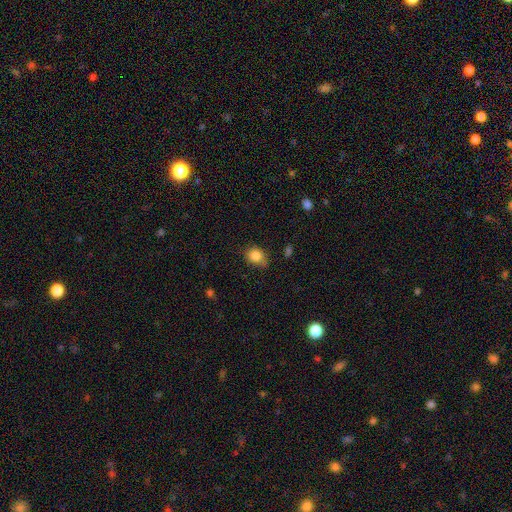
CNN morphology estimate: Q: Smooth or featured?
A: smooth (84%); runner-up: star or artifact (10%)
Q: How rounded?
A: round (65%); runner-up: in between (34%)
Q: Merging?
A: none (69%); runner-up: minor disturbance (23%)